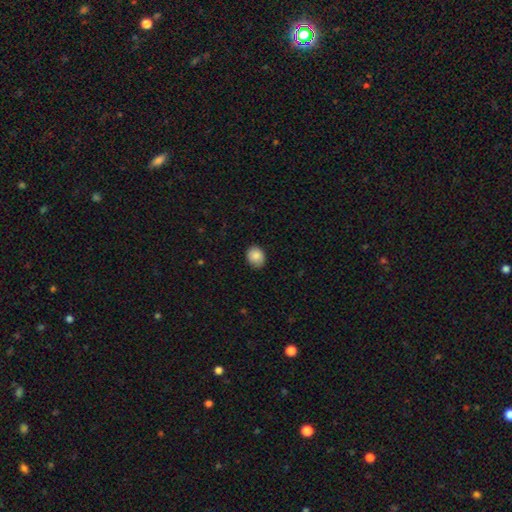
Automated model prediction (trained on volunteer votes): smooth 86%, star or artifact 8%, featured or disk 6%. Down the decision tree: how rounded — round (54%); merging — none (82%).